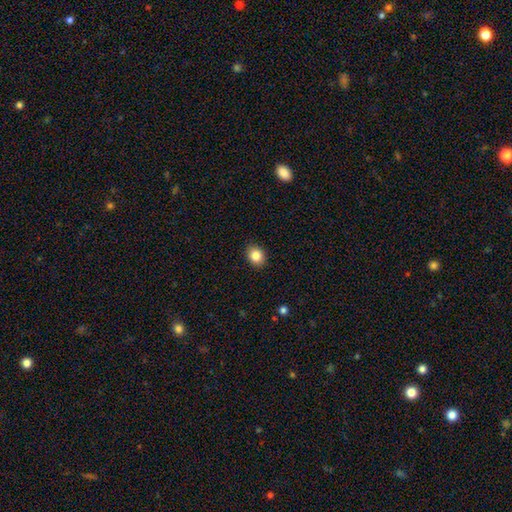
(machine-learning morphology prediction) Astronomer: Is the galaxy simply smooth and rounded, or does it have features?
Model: smooth — 85%.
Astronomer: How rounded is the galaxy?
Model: round — 57% (runner-up: in between, 43%).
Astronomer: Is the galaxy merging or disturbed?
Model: none — 90%.